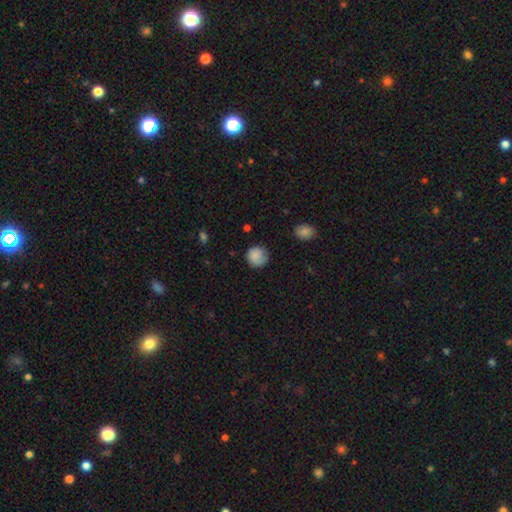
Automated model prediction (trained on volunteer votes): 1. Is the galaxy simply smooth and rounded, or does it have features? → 83% smooth, 10% featured or disk, 7% star or artifact.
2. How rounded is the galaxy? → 91% round, 8% in between, 1% cigar-shaped.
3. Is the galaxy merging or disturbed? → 75% none, 19% minor disturbance, 5% major disturbance, 1% merger.